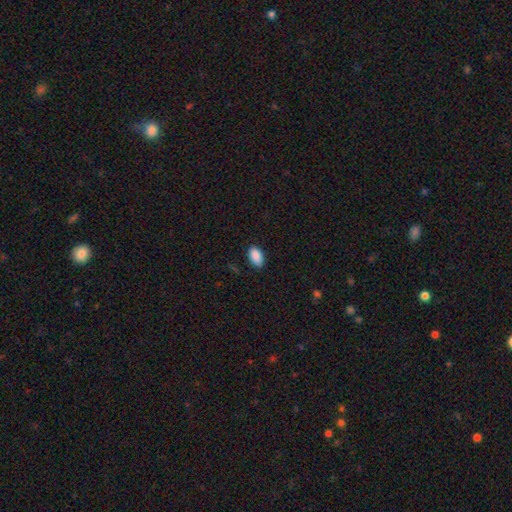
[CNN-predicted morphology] A smooth galaxy with no disk features (89%) that is in between round and cigar-shaped (93%). Merging: none (87%).